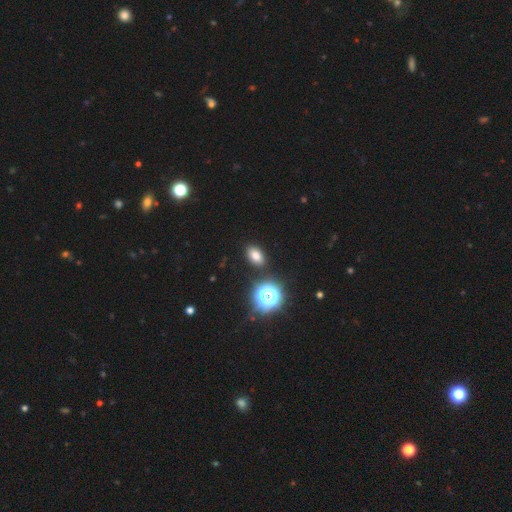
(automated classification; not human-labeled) Smooth or featured?
  - smooth: 74% *
  - star or artifact: 18%
  - featured or disk: 7%
How rounded?
  - in between: 81% *
  - round: 18%
  - cigar-shaped: 2%
Merging?
  - none: 87% *
  - minor disturbance: 8%
  - merger: 3%
  - major disturbance: 2%